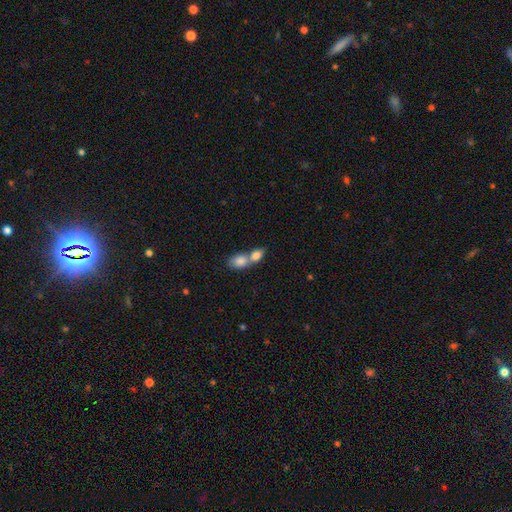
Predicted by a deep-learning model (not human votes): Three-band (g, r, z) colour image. It shows a smooth galaxy with no disk features (82%) that is in between round and cigar-shaped (77%). Merging: merger (73%).